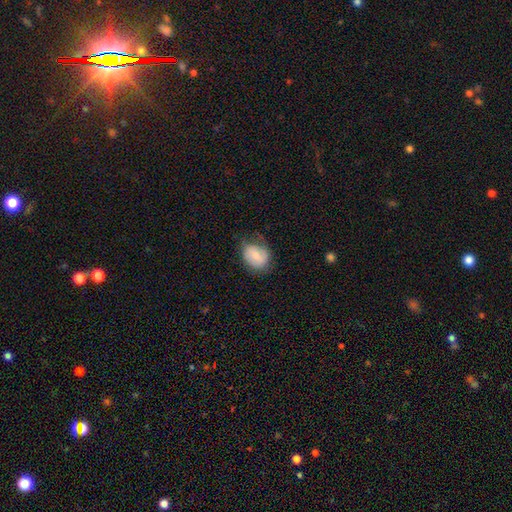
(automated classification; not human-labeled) Smooth or featured? smooth (60%)
How rounded? in between (52%)
Merging? none (60%)